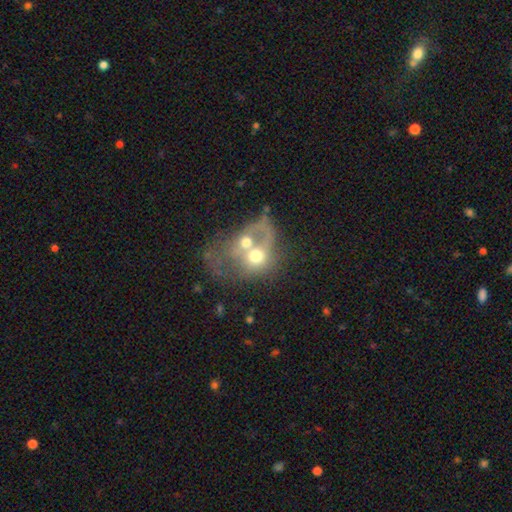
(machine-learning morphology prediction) Smooth or featured? Predicted: featured or disk (p=0.45). Merging? Predicted: merger (p=0.67).